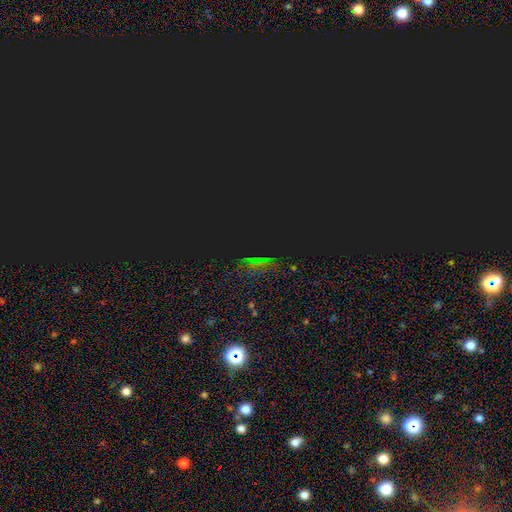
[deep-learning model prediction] star or artifact 82%, smooth 11%, featured or disk 7%.